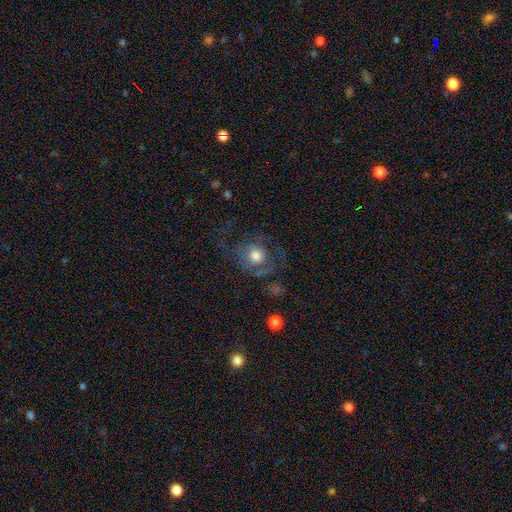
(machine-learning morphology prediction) A smooth galaxy with no disk features (48%).

Vote fractions:
- Smooth or featured? smooth: 48% / featured or disk: 43% / star or artifact: 9%
- Merging? none: 50% / major disturbance: 29% / minor disturbance: 18% / merger: 3%